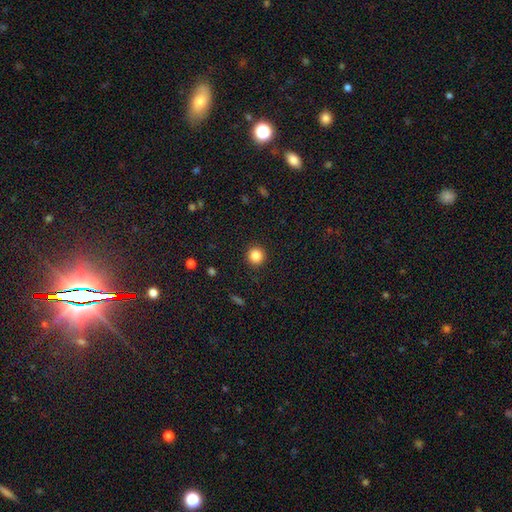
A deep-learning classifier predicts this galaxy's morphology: type=smooth (85%); roundness=round (95%); merging=none (92%).